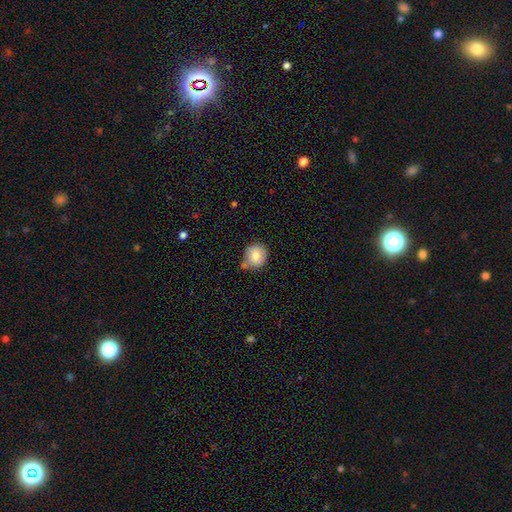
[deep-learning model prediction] Overall: smooth (81%). How rounded: round (87%). Merging: none (65%).